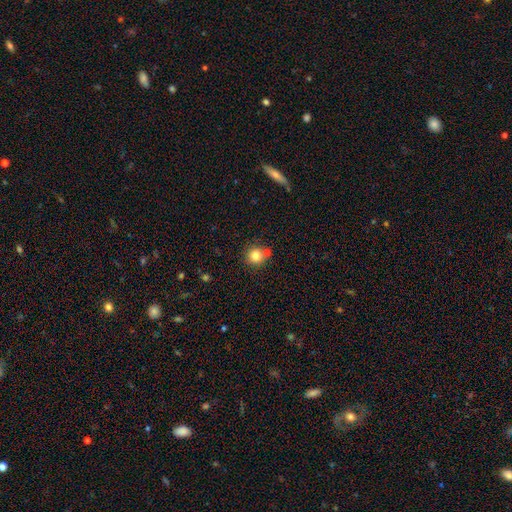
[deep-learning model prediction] Smooth or featured? smooth (82%)
How rounded? round (93%)
Merging? none (69%)